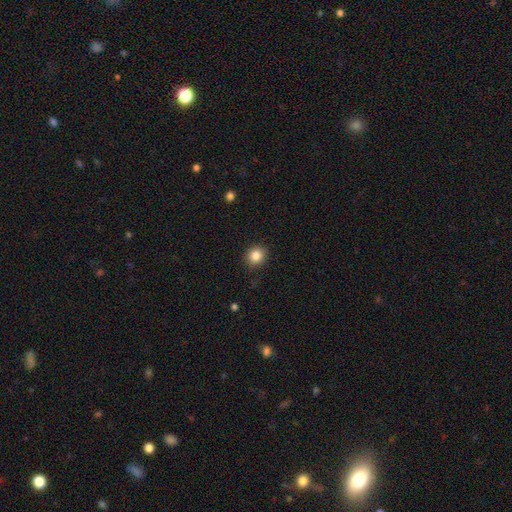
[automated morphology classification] Smooth or featured? smooth (84%)
How rounded? round (82%)
Merging? none (90%)